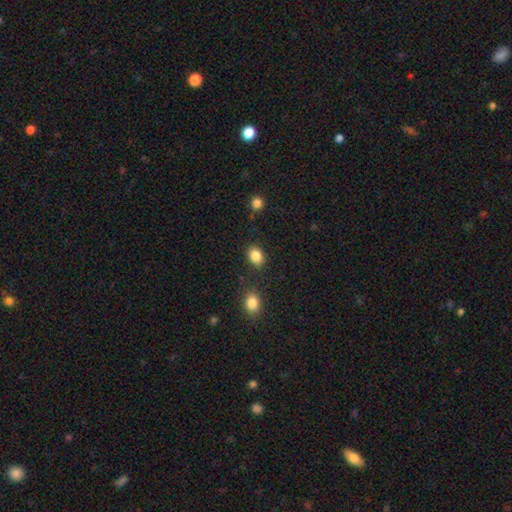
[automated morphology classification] The model was most divided on "how rounded": in between: 64%, round: 35%, cigar-shaped: 1%. More confident: smooth or featured — smooth (86%); merging — none (83%).